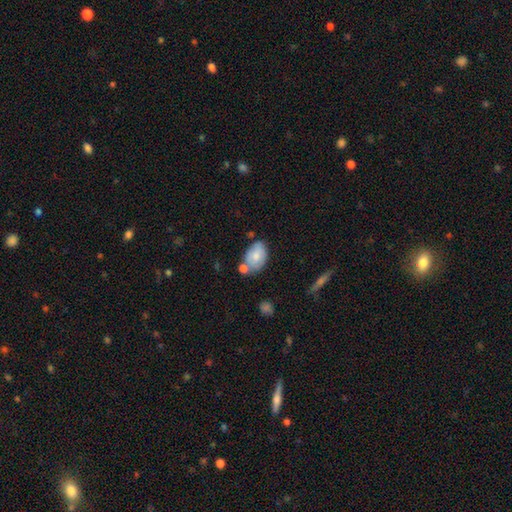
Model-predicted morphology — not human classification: This is likely a smooth galaxy (71%). How rounded: clearly in between (87%). Merging: possibly none (50%).